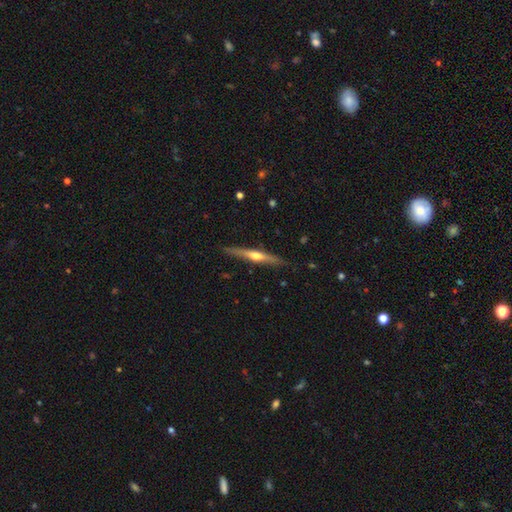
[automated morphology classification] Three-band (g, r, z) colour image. It shows a featured or disk galaxy (64%) viewed edge-on (96%) with a rounded central bulge (82%). Merging: none (85%).